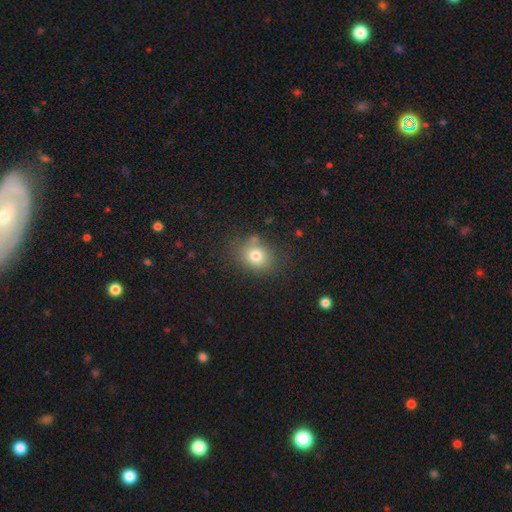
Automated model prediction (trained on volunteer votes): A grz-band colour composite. It shows a smooth galaxy with no disk features (77%) that is round (55%). Merging: none (74%).